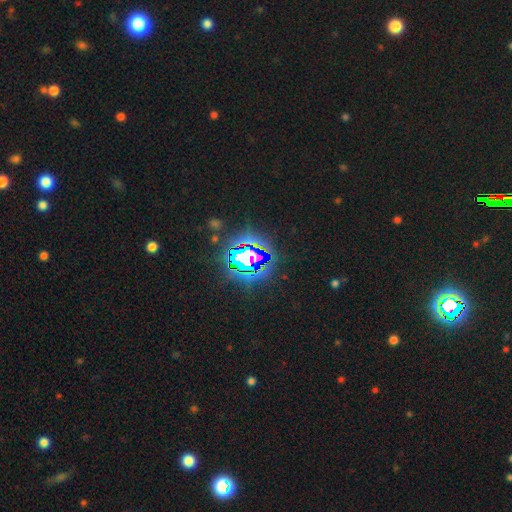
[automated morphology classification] star or artifact 78%, featured or disk 11%, smooth 11%.